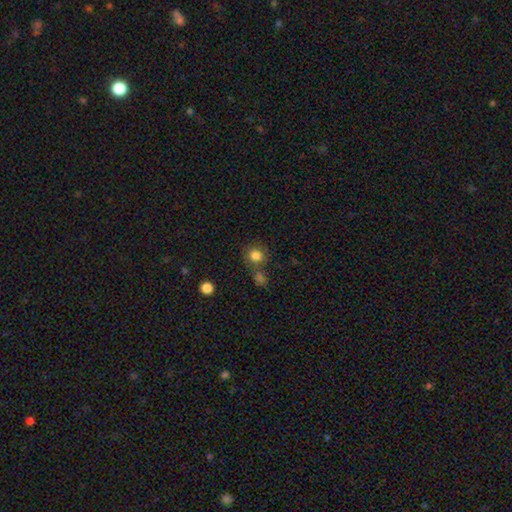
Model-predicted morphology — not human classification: Smooth or featured? smooth (82%)
How rounded? round (85%)
Merging? none (68%)